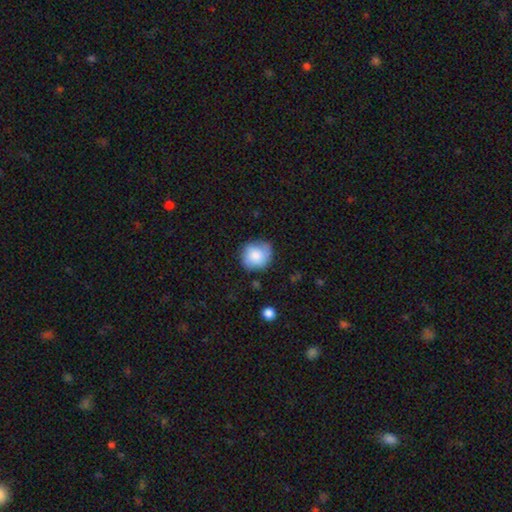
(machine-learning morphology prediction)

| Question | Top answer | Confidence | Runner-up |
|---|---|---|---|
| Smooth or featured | smooth | 79% | featured or disk (14%) |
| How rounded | round | 82% | in between (17%) |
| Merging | none | 71% | minor disturbance (22%) |